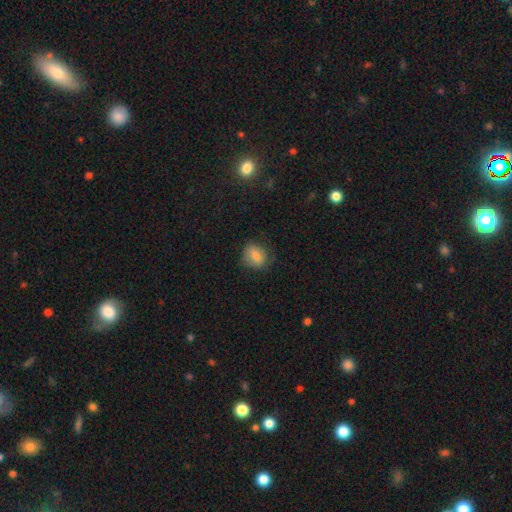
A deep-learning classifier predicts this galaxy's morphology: Smooth or featured? smooth (81%)
How rounded? round (64%)
Merging? none (74%)